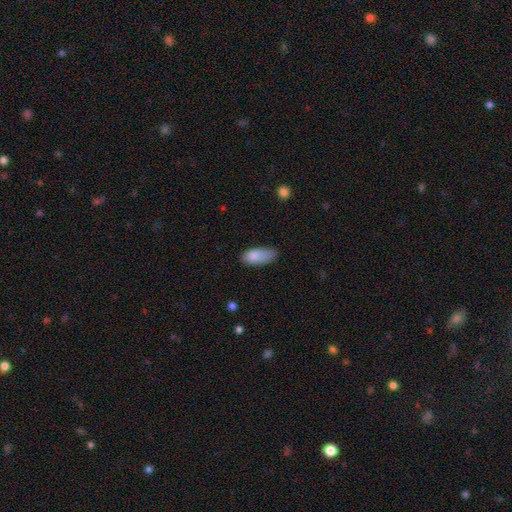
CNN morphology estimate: A smooth galaxy with no disk features (84%) that is in between round and cigar-shaped (87%).

Vote fractions:
- Smooth or featured? smooth: 84% / featured or disk: 9% / star or artifact: 8%
- How rounded? in between: 87% / cigar-shaped: 10% / round: 3%
- Merging? none: 52% / minor disturbance: 36% / major disturbance: 10% / merger: 2%